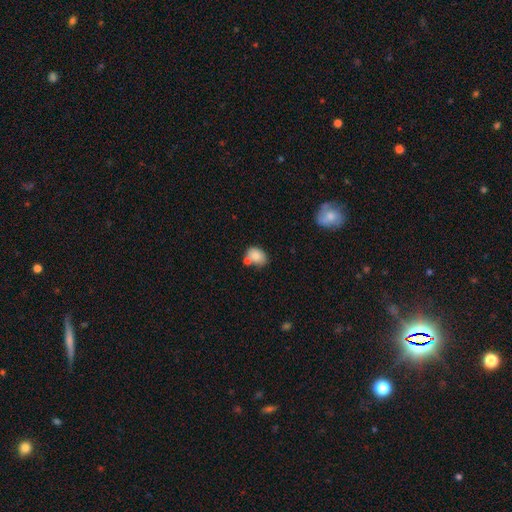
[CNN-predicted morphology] smooth 81%, featured or disk 11%, star or artifact 8%. Down the decision tree: how rounded — in between (72%); merging — none (51%).